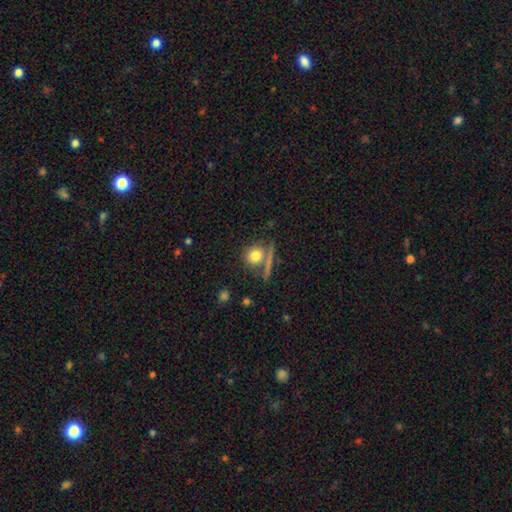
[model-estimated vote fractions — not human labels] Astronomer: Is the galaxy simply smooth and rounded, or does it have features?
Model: smooth — 77%.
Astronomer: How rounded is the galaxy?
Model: round — 81%.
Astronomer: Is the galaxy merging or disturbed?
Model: none — 62%.